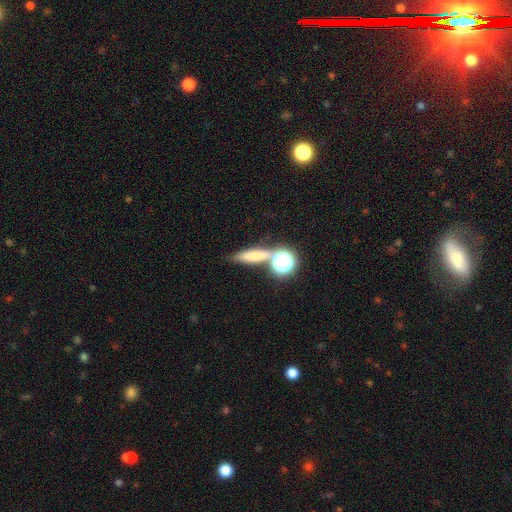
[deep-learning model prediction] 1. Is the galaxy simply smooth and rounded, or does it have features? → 66% smooth, 18% featured or disk, 17% star or artifact.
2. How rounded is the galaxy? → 44% cigar-shaped, 29% in between, 27% round.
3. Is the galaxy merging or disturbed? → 59% none, 23% merger, 12% minor disturbance, 6% major disturbance.